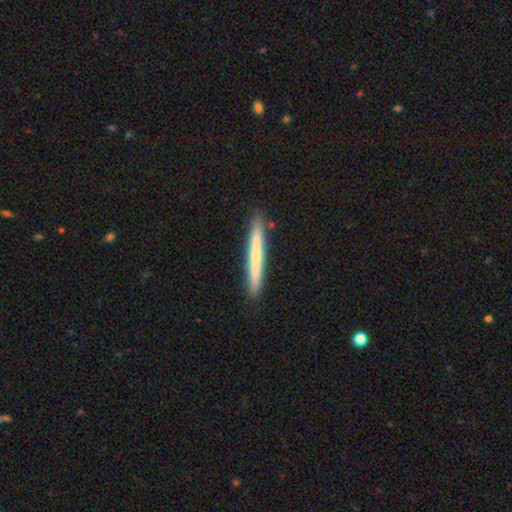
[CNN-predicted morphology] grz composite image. It shows a smooth galaxy with no disk features (58%) that is cigar-shaped (97%). Merging: none (91%).